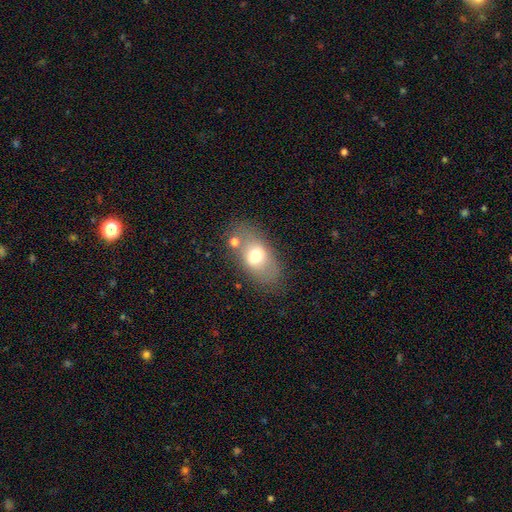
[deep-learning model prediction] Overall: smooth (64%; featured or disk 27%). How rounded: in between (86%). Merging: none (67%).